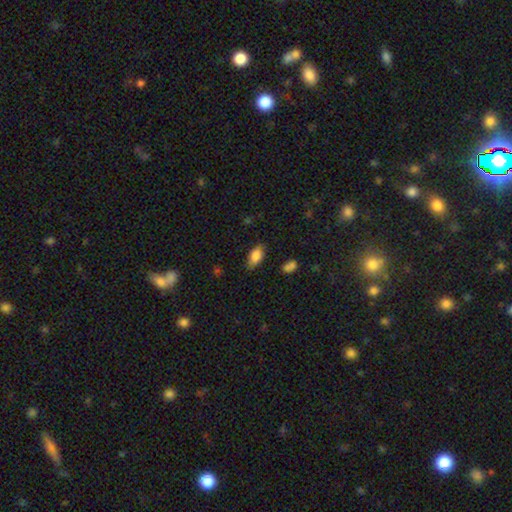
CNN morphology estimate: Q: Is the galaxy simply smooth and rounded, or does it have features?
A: smooth — 83%.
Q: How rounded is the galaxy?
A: in between — 91%.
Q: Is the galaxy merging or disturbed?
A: none — 78%.